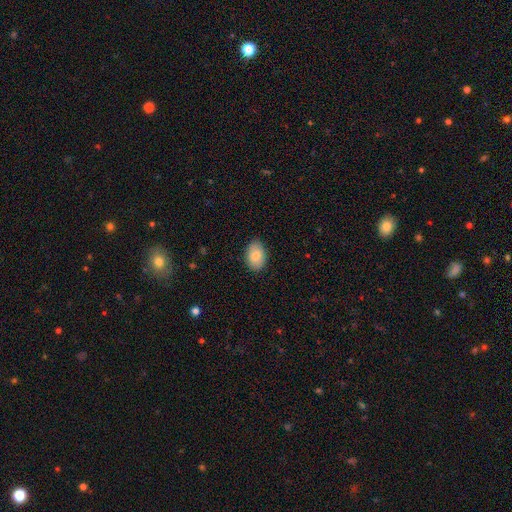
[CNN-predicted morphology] Smooth or featured? smooth (80%)
How rounded? in between (87%)
Merging? none (85%)